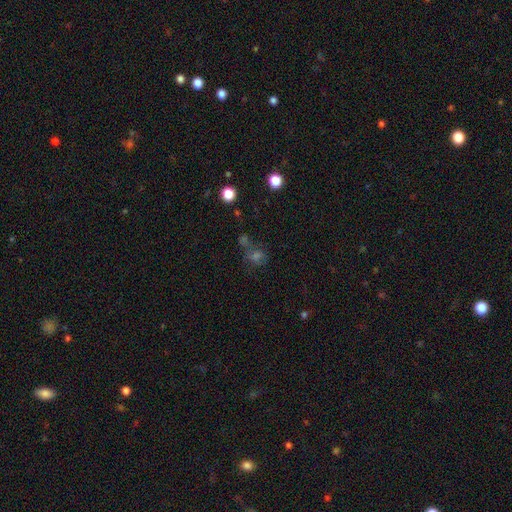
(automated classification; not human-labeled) Smooth or featured?
  - smooth: 43% *
  - star or artifact: 37%
  - featured or disk: 20%
Merging?
  - none: 50% *
  - merger: 24%
  - minor disturbance: 14%
  - major disturbance: 12%